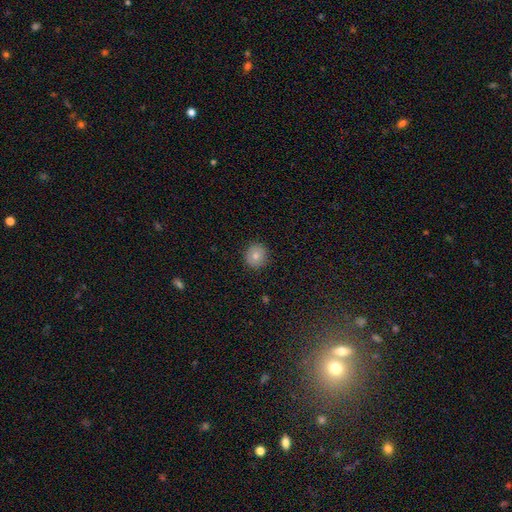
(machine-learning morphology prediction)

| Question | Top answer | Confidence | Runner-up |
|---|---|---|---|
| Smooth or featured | smooth | 79% | featured or disk (11%) |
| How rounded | round | 89% | in between (10%) |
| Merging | none | 90% | minor disturbance (7%) |